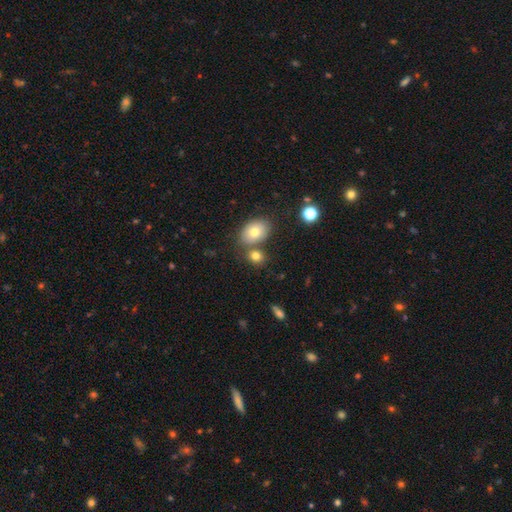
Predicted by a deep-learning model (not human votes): Smooth or featured? Predicted: smooth (p=0.77). How rounded? Predicted: round (p=0.50). Merging? Predicted: none (p=0.61).